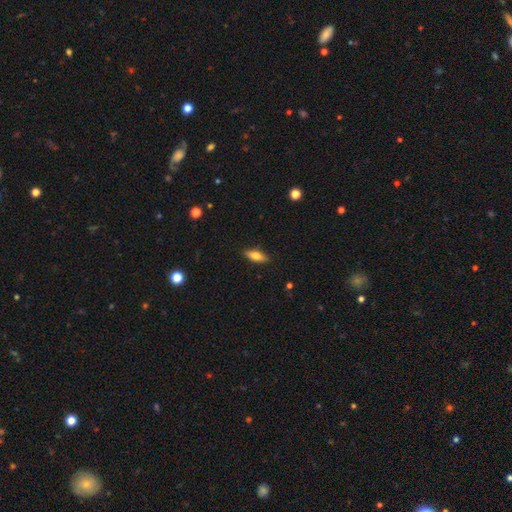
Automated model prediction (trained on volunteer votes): The model was most divided on "smooth or featured": smooth: 66%, featured or disk: 27%, star or artifact: 7%. More confident: merging — none (87%); how rounded — in between (69%).